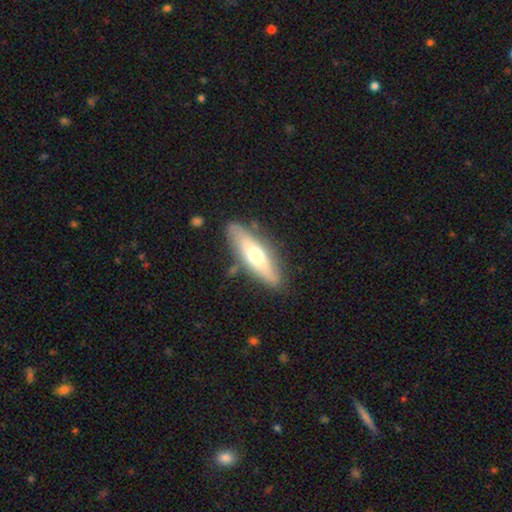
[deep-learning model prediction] Q: Smooth or featured?
A: smooth (52%); runner-up: featured or disk (42%)
Q: How rounded?
A: cigar-shaped (56%); runner-up: in between (42%)
Q: Merging?
A: none (82%); runner-up: minor disturbance (13%)